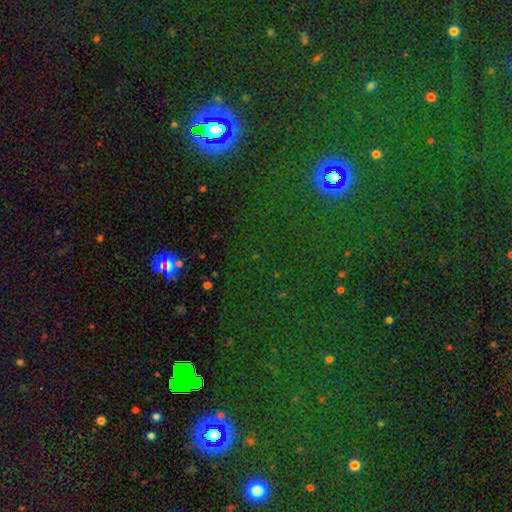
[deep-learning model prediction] A star or artifact, not a galaxy (74%).